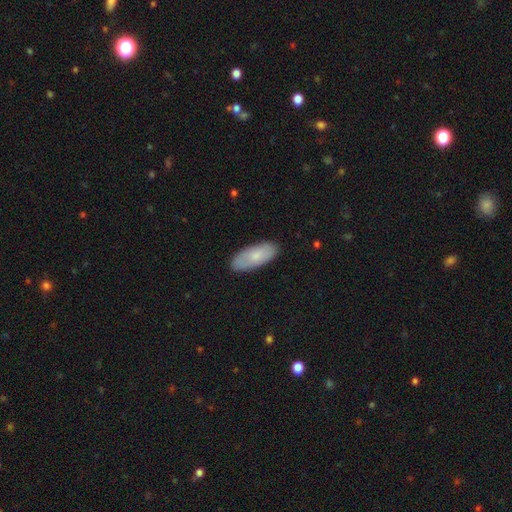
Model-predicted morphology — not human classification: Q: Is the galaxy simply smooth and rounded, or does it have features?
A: smooth — 77%.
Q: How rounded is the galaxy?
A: in between — 81%.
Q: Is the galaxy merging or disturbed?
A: none — 86%.